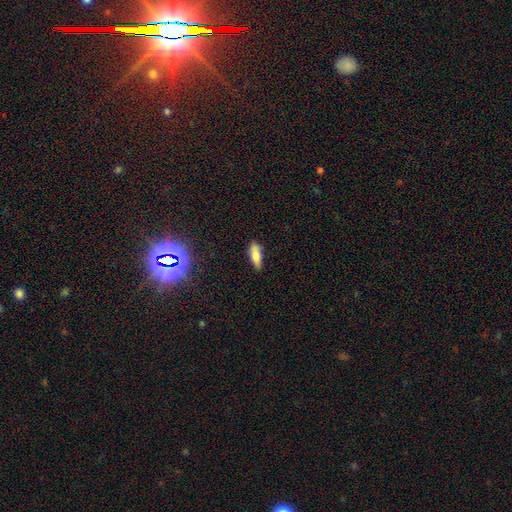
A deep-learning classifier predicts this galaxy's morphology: smooth 77%, featured or disk 15%, star or artifact 8%. Down the decision tree: how rounded — in between (68%); merging — none (78%).